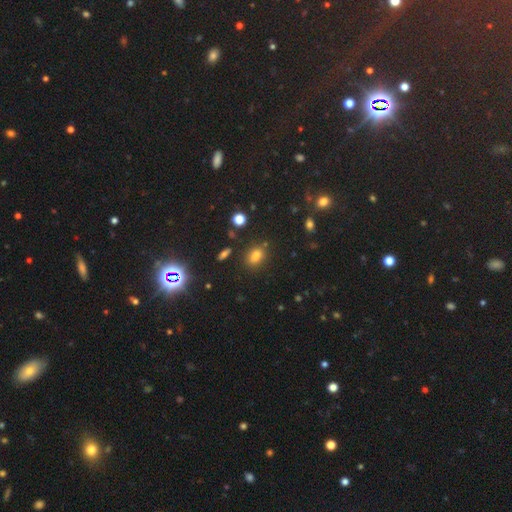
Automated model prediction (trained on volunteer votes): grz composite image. It shows a smooth galaxy with no disk features (74%) that is in between round and cigar-shaped (67%). Merging: none (80%).